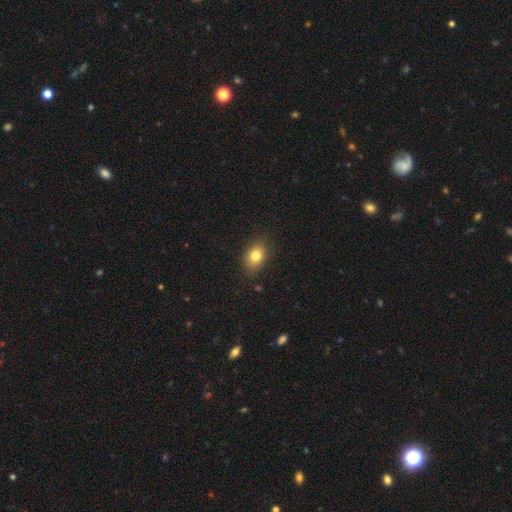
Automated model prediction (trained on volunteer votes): Smooth or featured? smooth (80%)
How rounded? in between (71%)
Merging? none (82%)